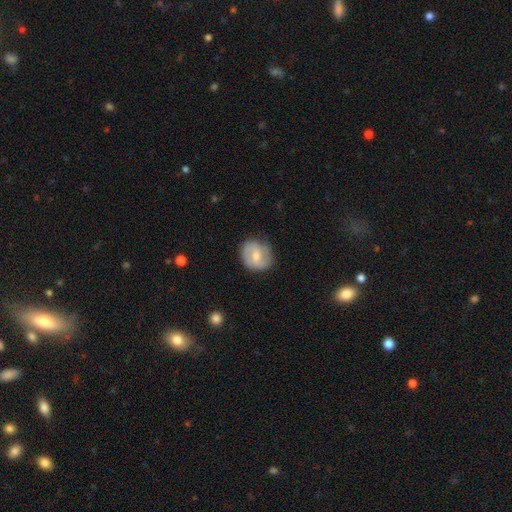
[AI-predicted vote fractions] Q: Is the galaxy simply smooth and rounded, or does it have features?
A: smooth — 51%.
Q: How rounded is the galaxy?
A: round — 73%.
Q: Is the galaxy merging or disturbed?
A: none — 76%.